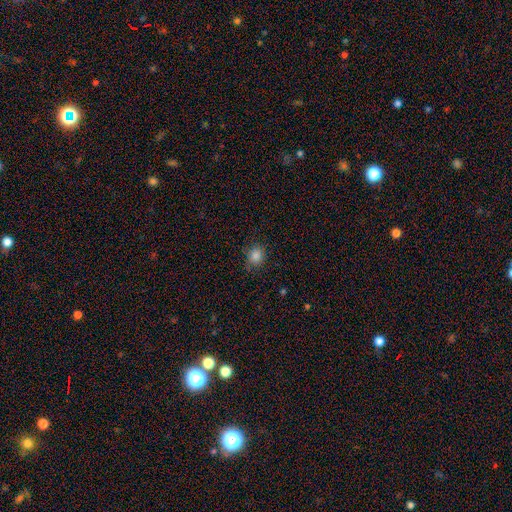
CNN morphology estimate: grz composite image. It shows a smooth galaxy with no disk features (85%) that is round (68%). Merging: none (81%).